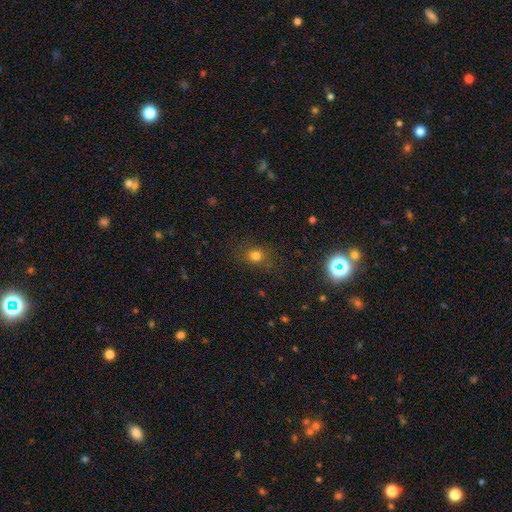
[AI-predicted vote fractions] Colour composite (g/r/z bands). It shows a smooth galaxy with no disk features (76%) that is round (71%). Merging: none (81%).